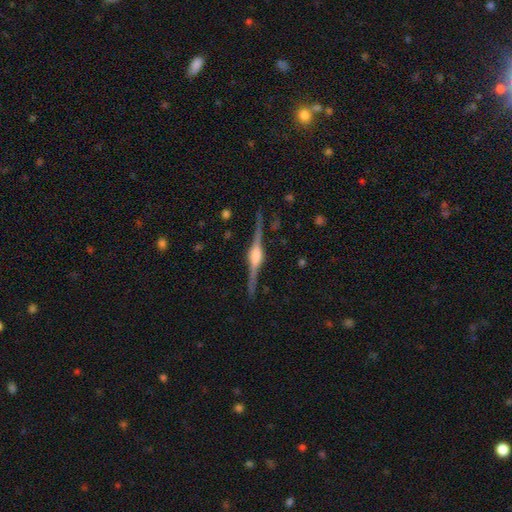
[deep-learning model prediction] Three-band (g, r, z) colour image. It shows a featured or disk galaxy (89%) viewed edge-on (98%) with a rounded central bulge (85%). Merging: none (88%).